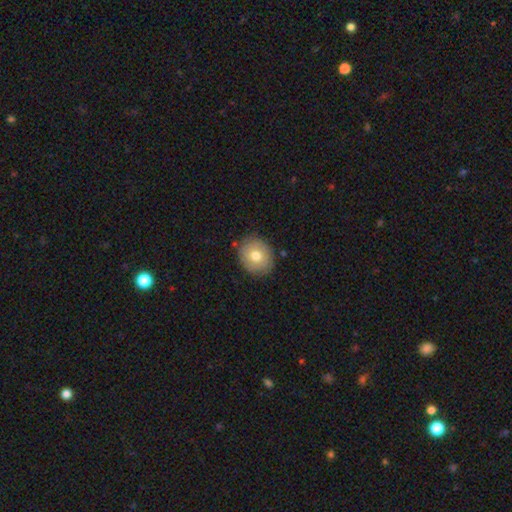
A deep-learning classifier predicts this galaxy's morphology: Smooth or featured? smooth (72%)
How rounded? round (73%)
Merging? none (84%)